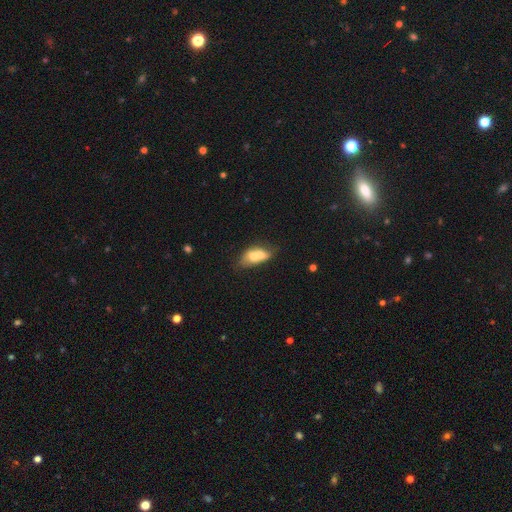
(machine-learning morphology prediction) A smooth galaxy with no disk features (60%) that is in between round and cigar-shaped (78%). Merging: merger (60%).